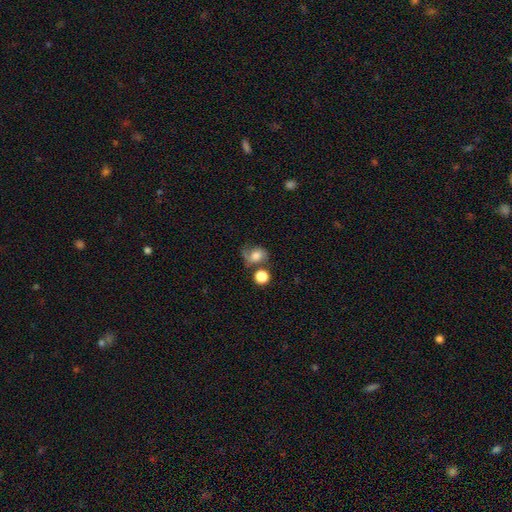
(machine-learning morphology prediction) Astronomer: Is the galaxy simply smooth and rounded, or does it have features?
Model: smooth — 57%.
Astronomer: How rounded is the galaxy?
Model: round — 56% (runner-up: in between, 43%).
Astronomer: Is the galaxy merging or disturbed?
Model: none — 40% (runner-up: minor disturbance, 22%).